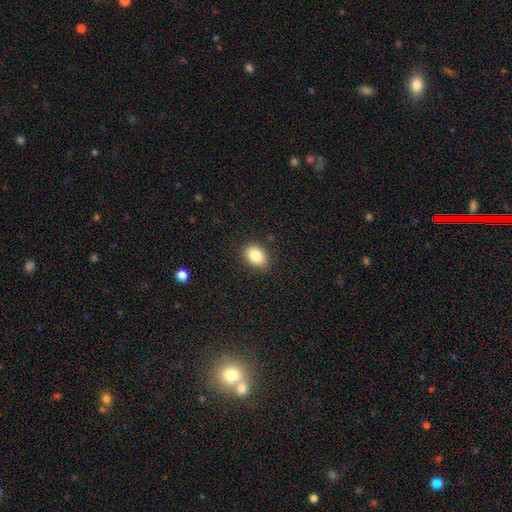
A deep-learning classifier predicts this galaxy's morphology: This appears to be a smooth galaxy with no disk features (84%) that is in between round and cigar-shaped (78%). Merging: none (88%).